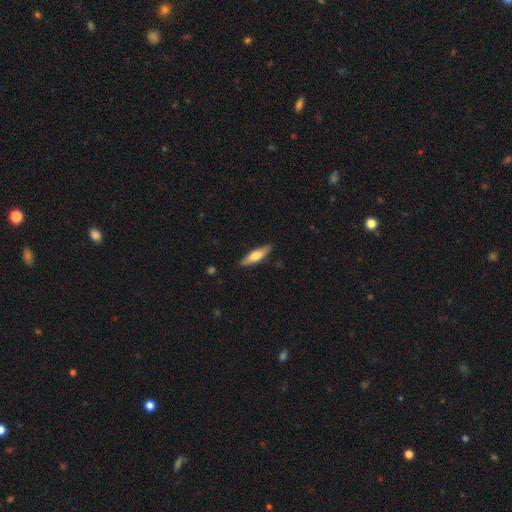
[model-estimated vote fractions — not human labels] This appears to be a smooth galaxy with no disk features (55%) that is cigar-shaped (65%). Merging: none (88%).